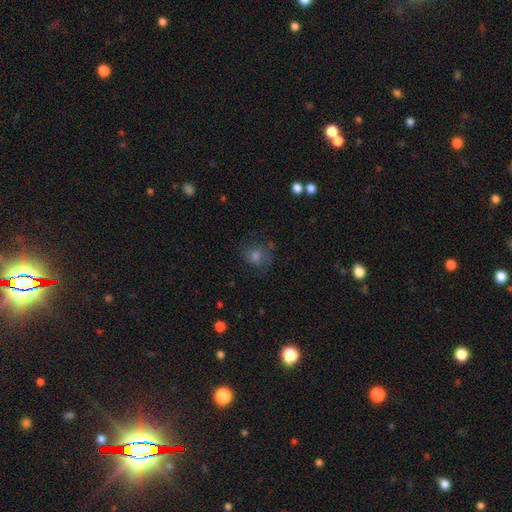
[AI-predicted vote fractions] This is possibly a smooth galaxy (51%). How rounded: likely round (74%). Merging: likely none (66%).